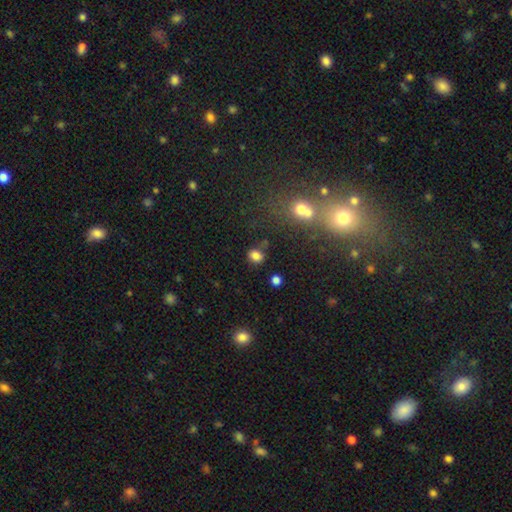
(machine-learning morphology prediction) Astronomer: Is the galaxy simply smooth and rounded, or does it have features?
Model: smooth — 79%.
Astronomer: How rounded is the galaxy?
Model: round — 52% (runner-up: in between, 47%).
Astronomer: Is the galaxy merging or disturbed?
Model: none — 74%.